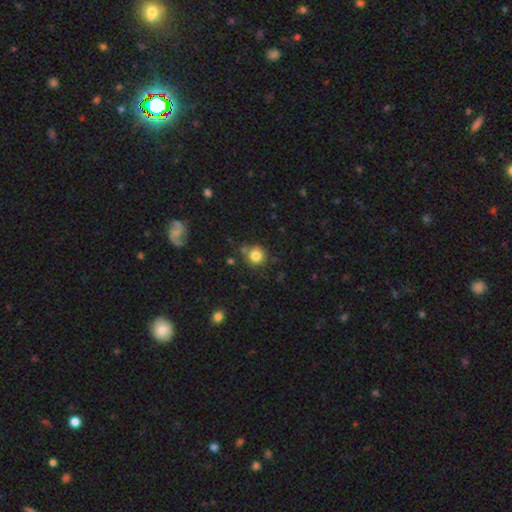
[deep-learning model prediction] Q: Smooth or featured?
A: smooth (82%); runner-up: star or artifact (12%)
Q: How rounded?
A: round (93%); runner-up: in between (7%)
Q: Merging?
A: none (78%); runner-up: minor disturbance (11%)